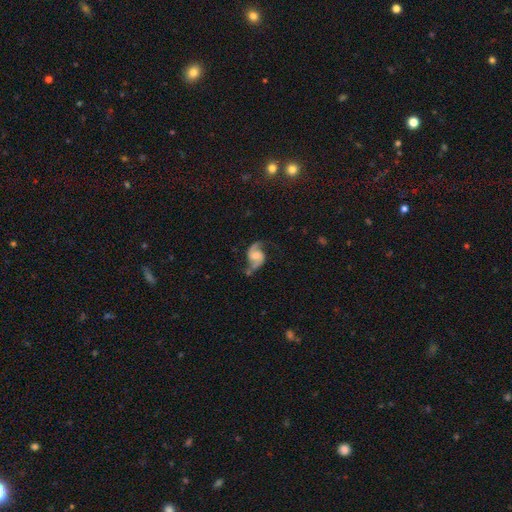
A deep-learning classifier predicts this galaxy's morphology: type=featured or disk (89%); edge-on=no (98%); bar=no (47%); spiral arms=yes (98%); winding=medium (47%); arm count=2 (94%); bulge=moderate (44%); merging=none (70%).